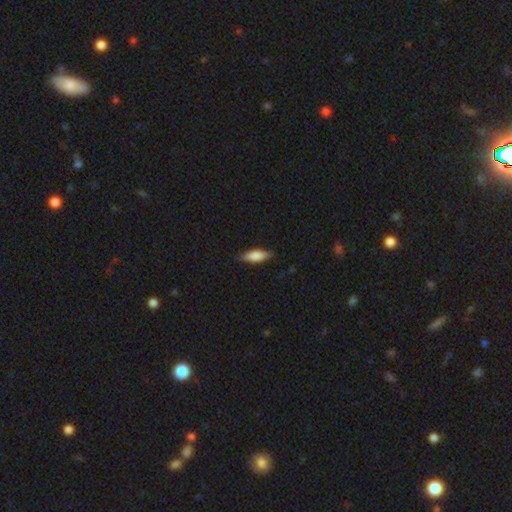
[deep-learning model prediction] Smooth or featured? Predicted: smooth (p=0.74). How rounded? Predicted: in between (p=0.56). Merging? Predicted: none (p=0.85).